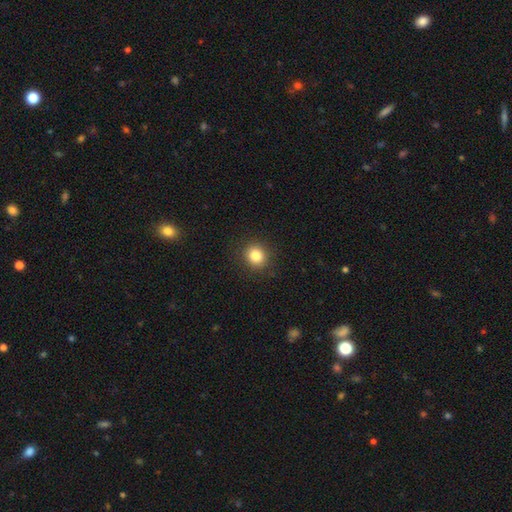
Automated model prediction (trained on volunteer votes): The model was most divided on "how rounded": round: 85%, in between: 14%, cigar-shaped: 1%. More confident: merging — none (90%); smooth or featured — smooth (84%).